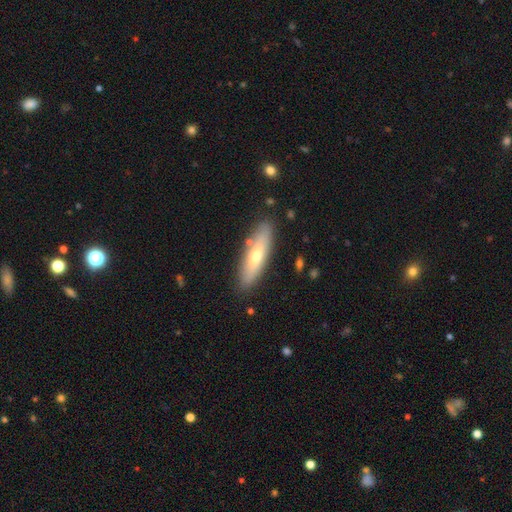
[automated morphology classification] A smooth galaxy with no disk features (59%) that is cigar-shaped (61%).

Vote fractions:
- Smooth or featured? smooth: 59% / featured or disk: 35% / star or artifact: 6%
- How rounded? cigar-shaped: 61% / in between: 37% / round: 2%
- Merging? none: 85% / minor disturbance: 10% / merger: 3% / major disturbance: 2%